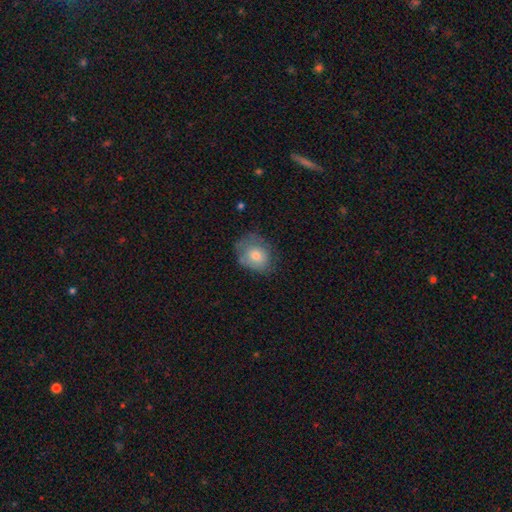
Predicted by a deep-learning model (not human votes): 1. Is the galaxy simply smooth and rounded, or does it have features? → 69% smooth, 23% featured or disk, 8% star or artifact.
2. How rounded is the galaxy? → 56% round, 43% in between, 1% cigar-shaped.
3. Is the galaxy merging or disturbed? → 58% none, 29% minor disturbance, 12% major disturbance, 2% merger.